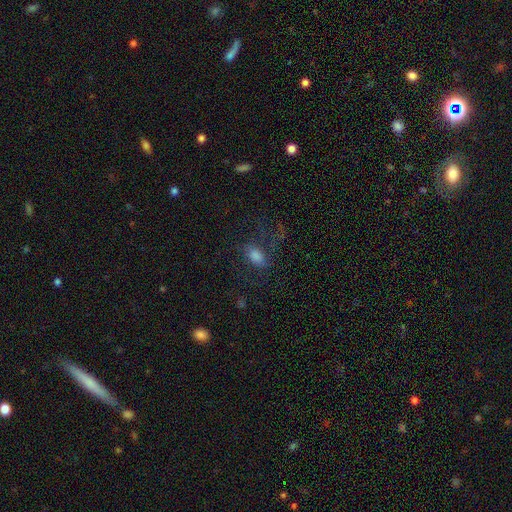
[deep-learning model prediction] A smooth galaxy with no disk features (61%) that is in between round and cigar-shaped (83%).

Vote fractions:
- Smooth or featured? smooth: 61% / featured or disk: 22% / star or artifact: 17%
- How rounded? in between: 83% / round: 13% / cigar-shaped: 4%
- Merging? none: 56% / major disturbance: 25% / minor disturbance: 17% / merger: 2%